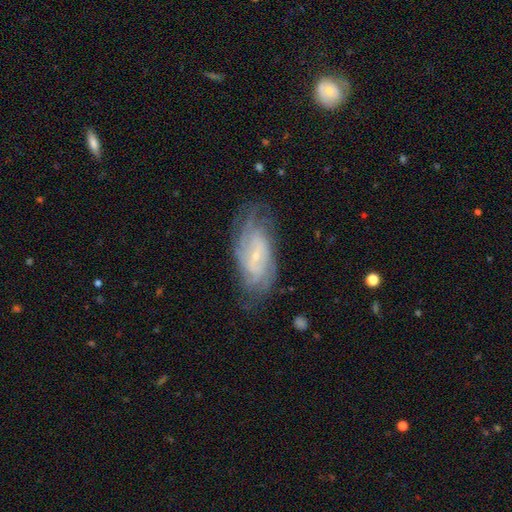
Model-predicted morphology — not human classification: This is likely a featured or disk galaxy (77%). It is clearly not viewed edge-on (93%). Bar: possibly no (50%). Spiral arm pattern: clearly yes (92%). Spiral arm count: possibly can't tell (45%). Spiral winding: possibly tight (59%). Central bulge: likely small (79%). Merging: likely none (71%).